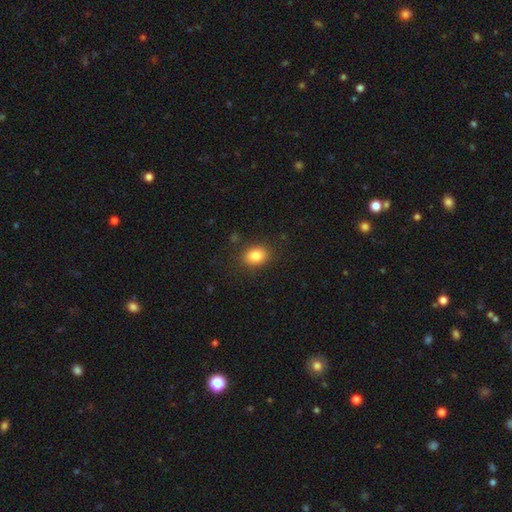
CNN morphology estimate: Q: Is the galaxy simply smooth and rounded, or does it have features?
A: smooth — 84%.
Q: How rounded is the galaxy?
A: in between — 61%.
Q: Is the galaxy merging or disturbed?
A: none — 86%.